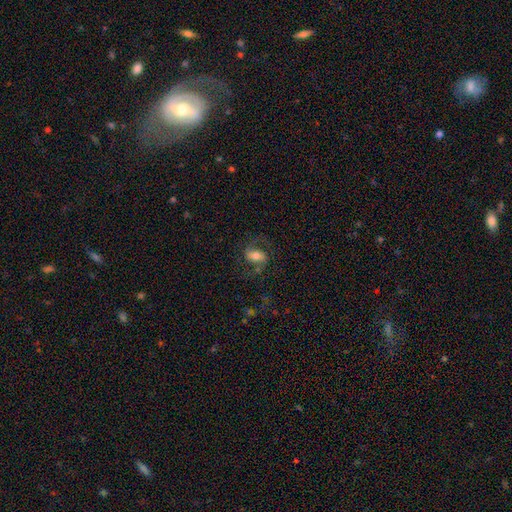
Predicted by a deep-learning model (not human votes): Smooth or featured? Predicted: featured or disk (p=0.62). Edge-on disk? Predicted: no (p=0.96). Bar? Predicted: weak (p=0.39). Spiral arms? Predicted: yes (p=0.88). Spiral winding? Predicted: medium (p=0.49). Spiral arm count? Predicted: 2 (p=0.88). Bulge size? Predicted: moderate (p=0.55). Merging? Predicted: none (p=0.64).